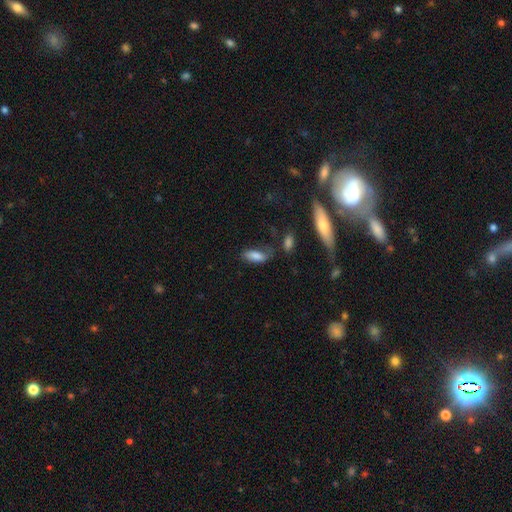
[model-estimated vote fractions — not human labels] Overall: smooth (79%). How rounded: in between (75%). Merging: none (53%; minor disturbance 28%).